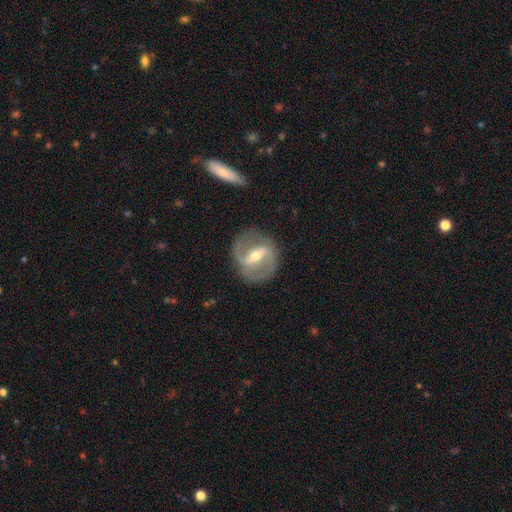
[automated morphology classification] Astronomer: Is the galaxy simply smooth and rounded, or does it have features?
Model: featured or disk — 86%.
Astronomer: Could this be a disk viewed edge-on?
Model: no — 96%.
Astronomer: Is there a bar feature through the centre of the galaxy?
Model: strong — 57% (runner-up: weak, 33%).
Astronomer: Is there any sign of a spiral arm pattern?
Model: yes — 89%.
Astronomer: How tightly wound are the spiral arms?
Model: medium — 49% (runner-up: loose, 28%).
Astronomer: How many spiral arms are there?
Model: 2 — 89%.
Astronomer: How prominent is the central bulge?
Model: moderate — 57% (runner-up: small, 39%).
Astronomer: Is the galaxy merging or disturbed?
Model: none — 82%.